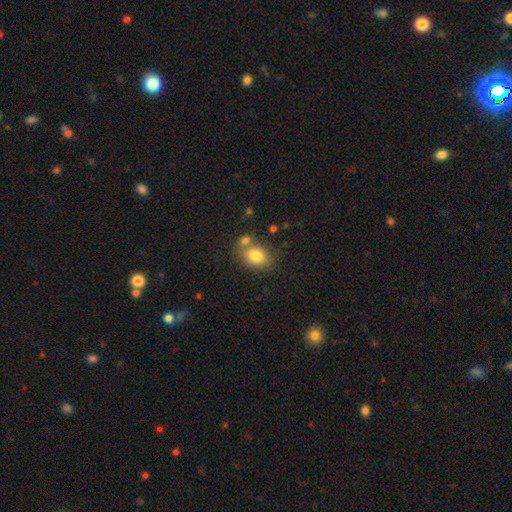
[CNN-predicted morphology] Smooth or featured: smooth — 81% (featured or disk — 10%)
How rounded: in between — 62% (round — 36%)
Merging: none — 59% (merger — 23%)